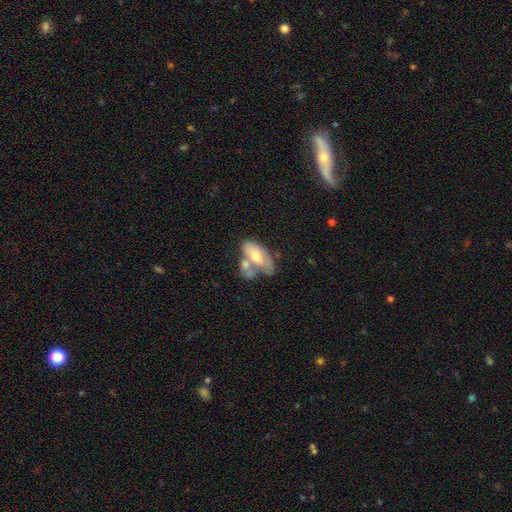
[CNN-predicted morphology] Smooth or featured? smooth (56%)
How rounded? in between (88%)
Merging? merger (52%)